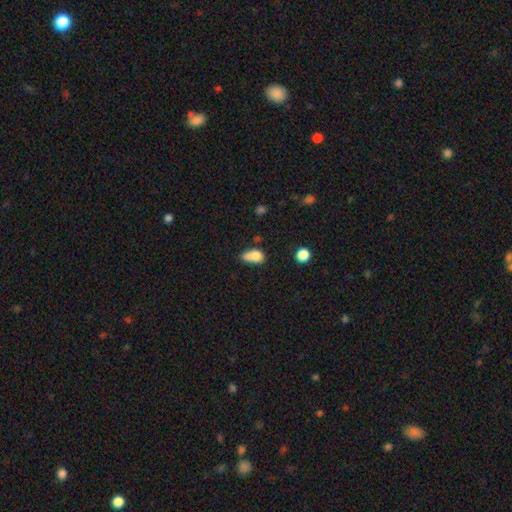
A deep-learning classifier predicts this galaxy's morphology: Smooth or featured? smooth (76%)
How rounded? in between (76%)
Merging? merger (30%)